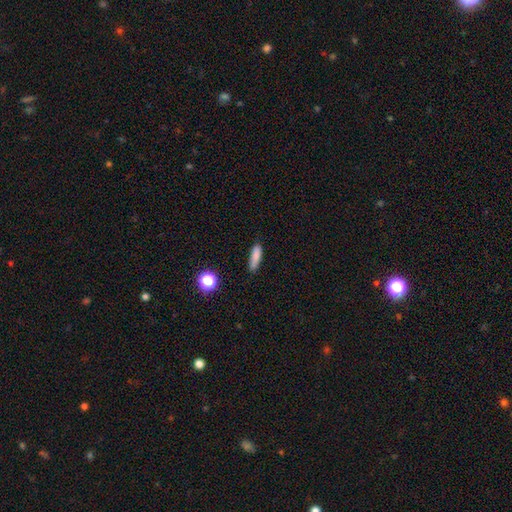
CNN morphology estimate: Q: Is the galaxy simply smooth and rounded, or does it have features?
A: smooth — 81%.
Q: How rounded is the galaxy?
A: cigar-shaped — 61%.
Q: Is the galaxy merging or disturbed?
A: none — 76%.